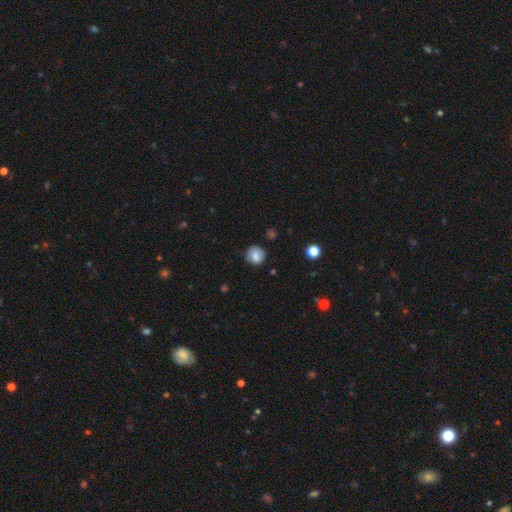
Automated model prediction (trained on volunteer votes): Smooth or featured? Predicted: smooth (p=0.84). How rounded? Predicted: round (p=0.91). Merging? Predicted: none (p=0.84).